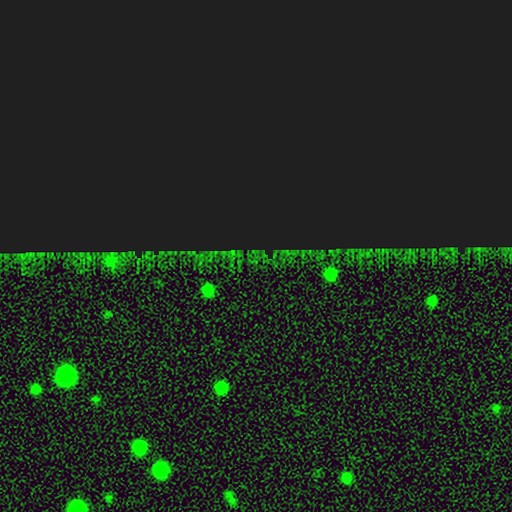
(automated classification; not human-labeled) Smooth or featured: star or artifact — 83% (smooth — 10%)